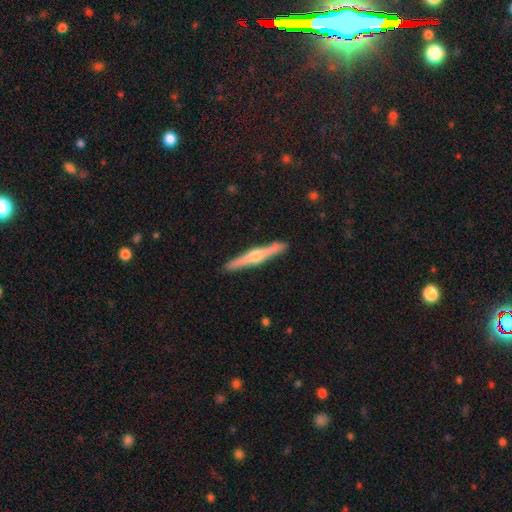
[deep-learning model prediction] Smooth or featured? Predicted: featured or disk (p=0.67). Edge-on disk? Predicted: yes (p=0.98). Edge-on bulge? Predicted: rounded (p=0.87). Merging? Predicted: none (p=0.91).